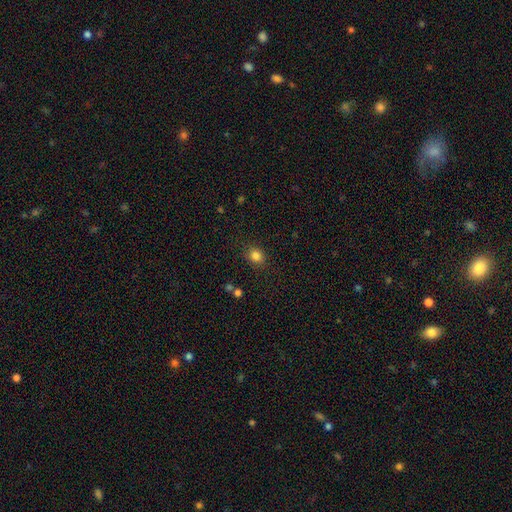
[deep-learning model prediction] A smooth galaxy with no disk features (84%) that is round (60%). Merging: none (85%).